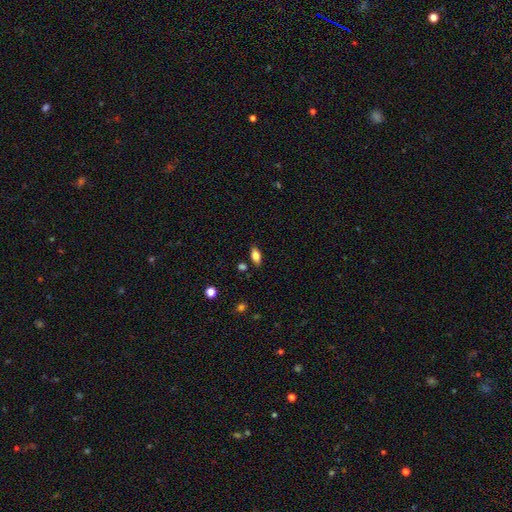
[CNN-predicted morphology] Smooth or featured: smooth — 78% (featured or disk — 14%)
How rounded: in between — 89% (cigar-shaped — 7%)
Merging: none — 85% (minor disturbance — 10%)